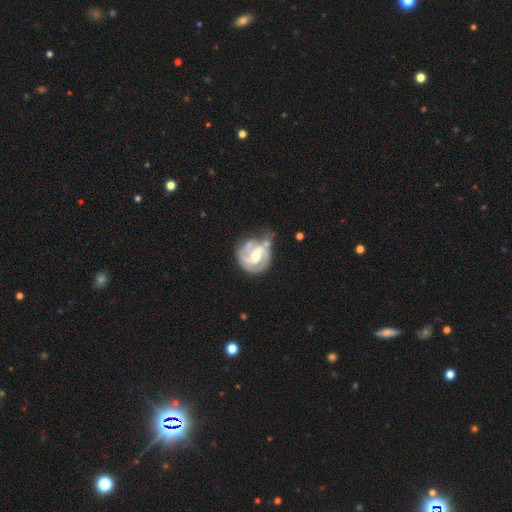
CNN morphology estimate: This is clearly a featured or disk galaxy (84%). It is clearly not viewed edge-on (98%). Bar: possibly weak (51%). Spiral arm pattern: clearly yes (93%). Spiral arm count: possibly 2 (56%). Spiral winding: possibly tight (48%). Central bulge: possibly moderate (59%). Merging: possibly none (47%).